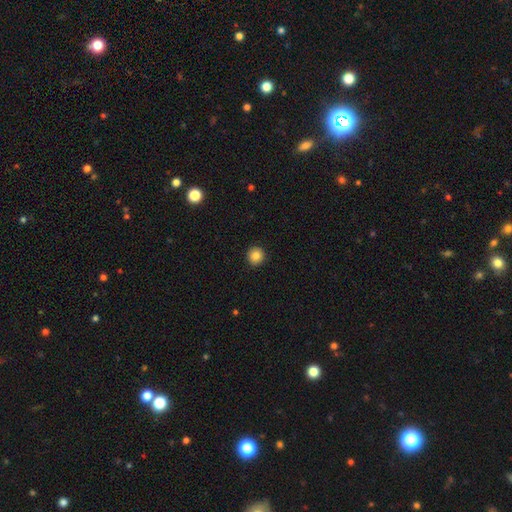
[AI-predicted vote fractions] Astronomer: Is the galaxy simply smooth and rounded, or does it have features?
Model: smooth — 84%.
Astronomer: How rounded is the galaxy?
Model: round — 94%.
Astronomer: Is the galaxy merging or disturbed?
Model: none — 93%.